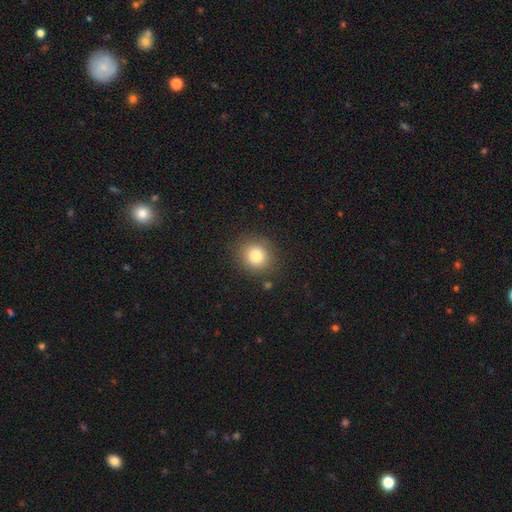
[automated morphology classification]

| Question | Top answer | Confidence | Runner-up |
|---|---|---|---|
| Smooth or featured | smooth | 81% | star or artifact (11%) |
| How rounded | round | 84% | in between (15%) |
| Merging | none | 85% | minor disturbance (9%) |